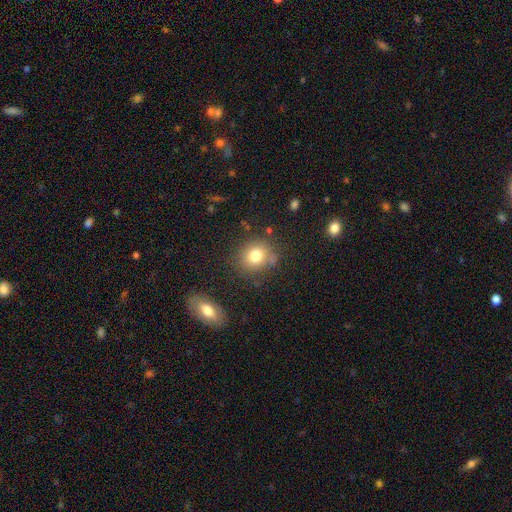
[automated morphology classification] smooth_or_featured: smooth (p=0.78) [alt: star or artifact p=0.12]
how_rounded: round (p=0.71) [alt: in between p=0.28]
merging: none (p=0.76) [alt: minor disturbance p=0.15]